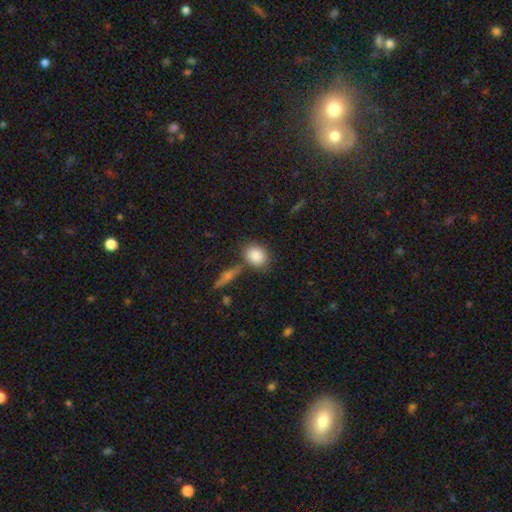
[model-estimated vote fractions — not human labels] Smooth or featured: smooth — 84% (star or artifact — 8%)
How rounded: round — 51% (in between — 47%)
Merging: none — 69% (minor disturbance — 13%)